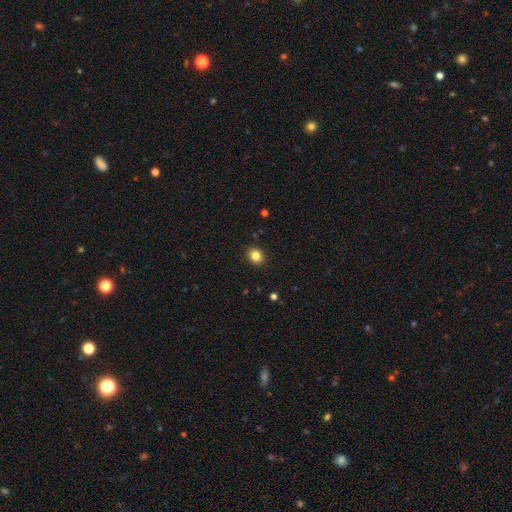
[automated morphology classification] Smooth or featured: smooth — 84% (star or artifact — 11%)
How rounded: round — 70% (in between — 29%)
Merging: none — 91% (minor disturbance — 6%)